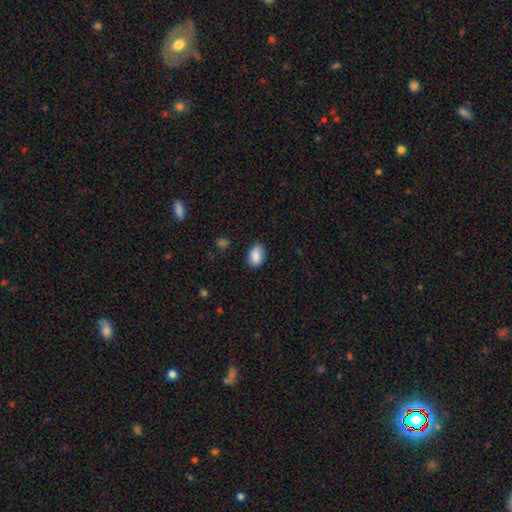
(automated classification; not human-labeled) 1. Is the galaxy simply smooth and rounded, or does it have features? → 88% smooth, 7% star or artifact, 5% featured or disk.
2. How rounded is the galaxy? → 87% in between, 12% round, 1% cigar-shaped.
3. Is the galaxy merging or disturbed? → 78% none, 17% minor disturbance, 3% major disturbance, 1% merger.